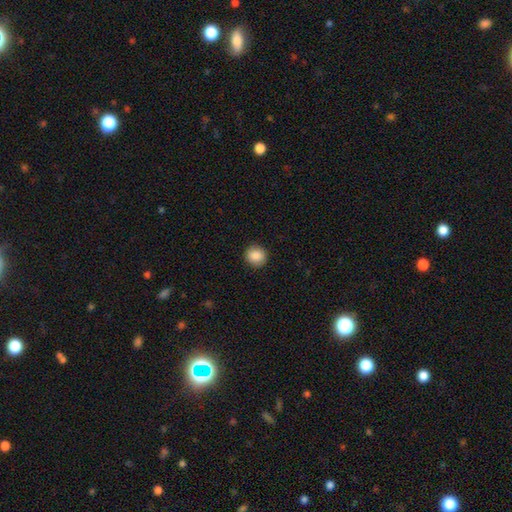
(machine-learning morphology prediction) Q: Smooth or featured?
A: smooth (88%); runner-up: star or artifact (8%)
Q: How rounded?
A: round (90%); runner-up: in between (9%)
Q: Merging?
A: none (91%); runner-up: minor disturbance (6%)